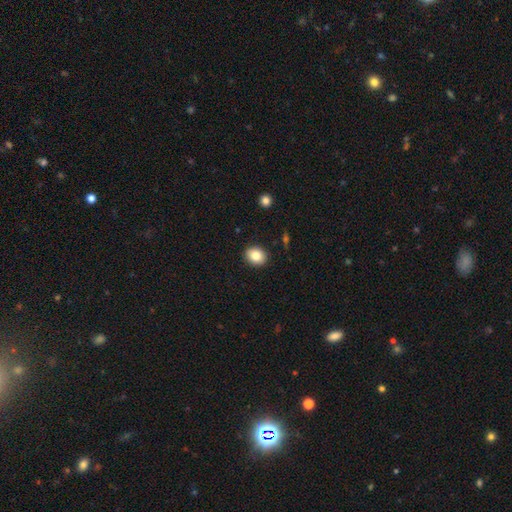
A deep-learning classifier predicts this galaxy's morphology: Smooth or featured?
  - smooth: 84% *
  - star or artifact: 9%
  - featured or disk: 7%
How rounded?
  - round: 59% *
  - in between: 40%
  - cigar-shaped: 1%
Merging?
  - none: 90% *
  - minor disturbance: 7%
  - major disturbance: 2%
  - merger: 1%